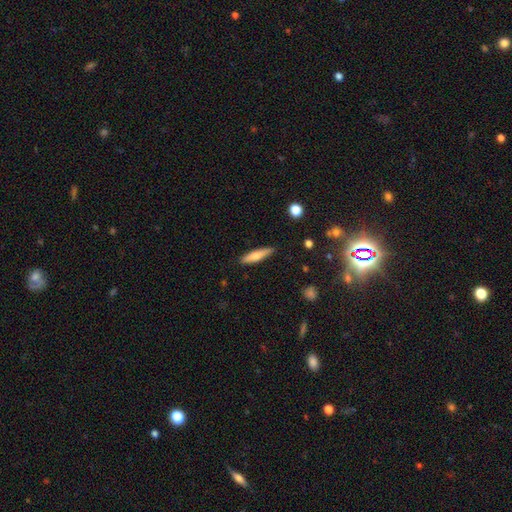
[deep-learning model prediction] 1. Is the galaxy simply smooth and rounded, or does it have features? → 68% smooth, 25% featured or disk, 6% star or artifact.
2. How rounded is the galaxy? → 80% cigar-shaped, 18% in between, 2% round.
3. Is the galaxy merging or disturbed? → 86% none, 10% minor disturbance, 2% major disturbance, 1% merger.